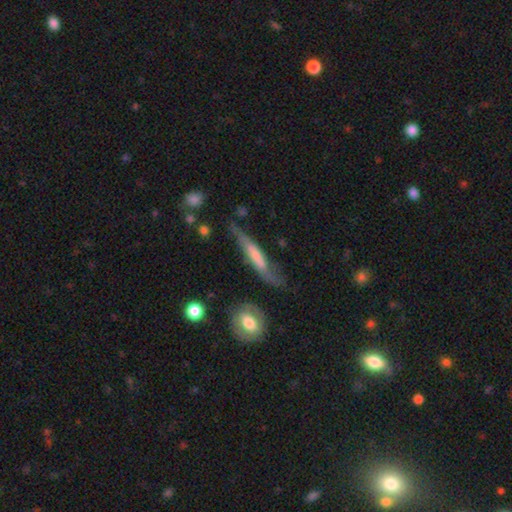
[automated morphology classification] Overall: featured or disk (58%; smooth 35%). Edge-on disk: yes (65%; no 35%). Merging: none (54%; minor disturbance 26%).